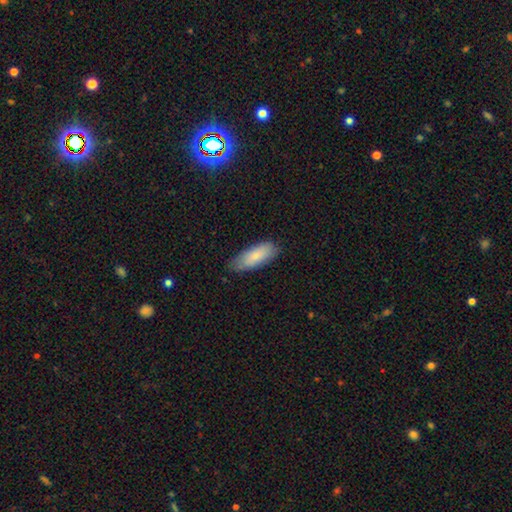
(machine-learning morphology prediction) smooth-or-featured: smooth: 83% | featured or disk: 12% | star or artifact: 6%
  how-rounded: in between: 74% | cigar-shaped: 24% | round: 2%
  merging: none: 78% | minor disturbance: 17% | major disturbance: 3% | merger: 1%